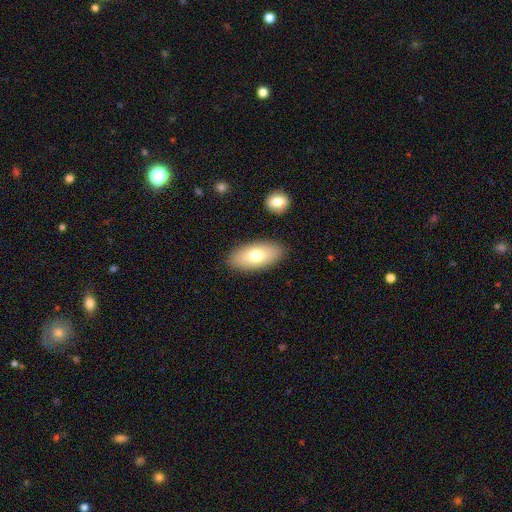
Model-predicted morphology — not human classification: Smooth or featured?
  - smooth: 72% *
  - featured or disk: 21%
  - star or artifact: 7%
How rounded?
  - in between: 91% *
  - cigar-shaped: 6%
  - round: 3%
Merging?
  - none: 86% *
  - minor disturbance: 9%
  - merger: 2%
  - major disturbance: 2%